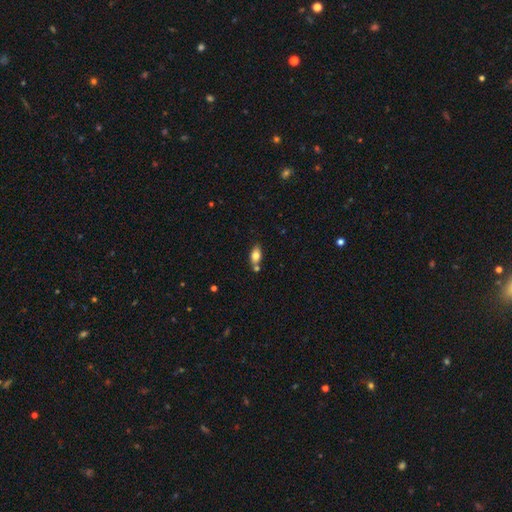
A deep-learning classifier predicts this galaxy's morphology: The model was most divided on "merging": none: 64%, merger: 18%, minor disturbance: 14%, major disturbance: 3%. More confident: how rounded — in between (87%); smooth or featured — smooth (77%).